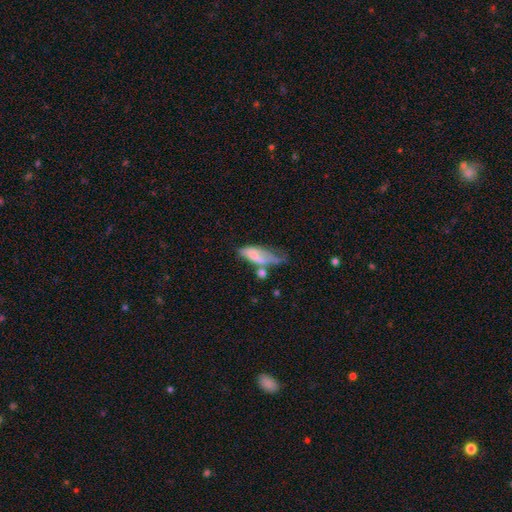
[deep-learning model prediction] smooth_or_featured: smooth (p=0.64) [alt: featured or disk p=0.28]
how_rounded: in between (p=0.75) [alt: cigar-shaped p=0.22]
merging: major disturbance (p=0.30) [alt: minor disturbance p=0.26]